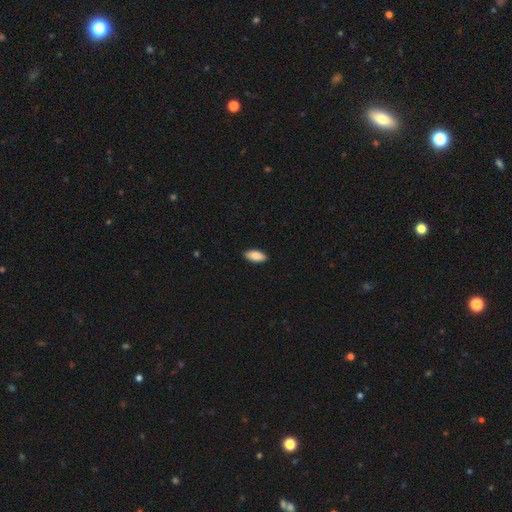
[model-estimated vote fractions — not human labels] Smooth or featured: smooth — 87% (featured or disk — 7%)
How rounded: in between — 88% (cigar-shaped — 10%)
Merging: none — 90% (minor disturbance — 8%)